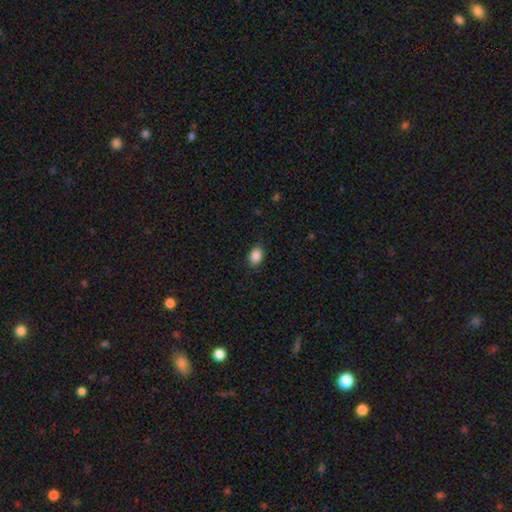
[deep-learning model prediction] A smooth galaxy with no disk features (88%) that is in between round and cigar-shaped (78%). Merging: none (87%).